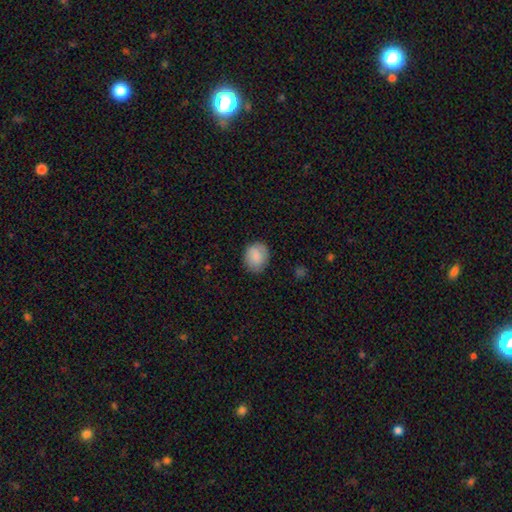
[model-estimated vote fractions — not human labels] smooth-or-featured: smooth: 85% | featured or disk: 8% | star or artifact: 7%
  how-rounded: round: 61% | in between: 38% | cigar-shaped: 1%
  merging: none: 82% | minor disturbance: 14% | major disturbance: 3% | merger: 1%